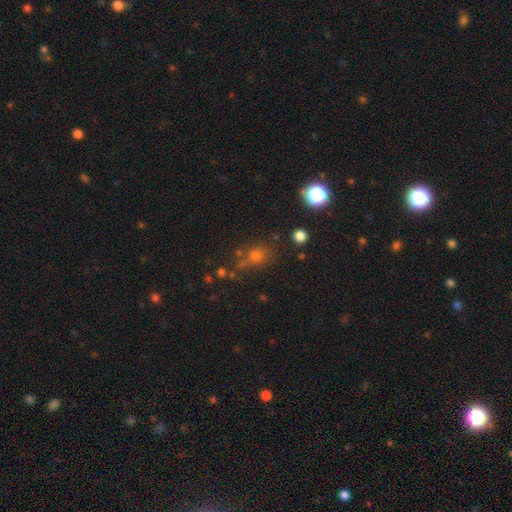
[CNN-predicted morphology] A smooth galaxy with no disk features (59%) that is round (73%). Merging: none (63%).